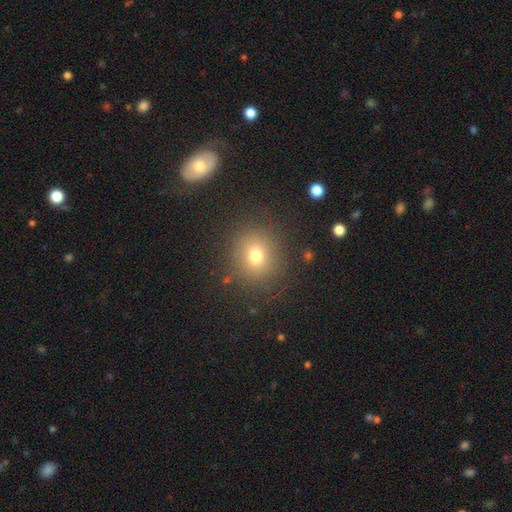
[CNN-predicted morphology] type=smooth (73%); roundness=round (84%); merging=none (86%).